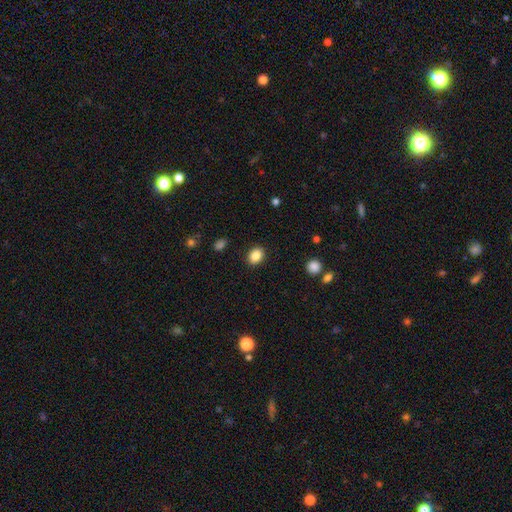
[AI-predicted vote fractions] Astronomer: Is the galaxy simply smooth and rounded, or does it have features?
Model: smooth — 86%.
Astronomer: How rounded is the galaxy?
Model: in between — 63%.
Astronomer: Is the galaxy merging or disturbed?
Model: none — 89%.